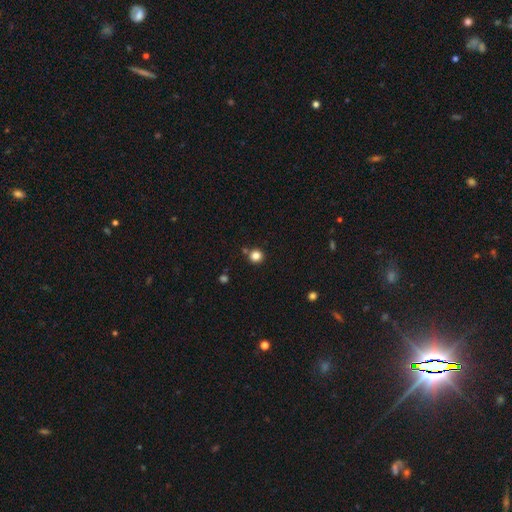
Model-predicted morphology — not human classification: Smooth or featured? Predicted: smooth (p=0.82). How rounded? Predicted: round (p=0.94). Merging? Predicted: none (p=0.84).